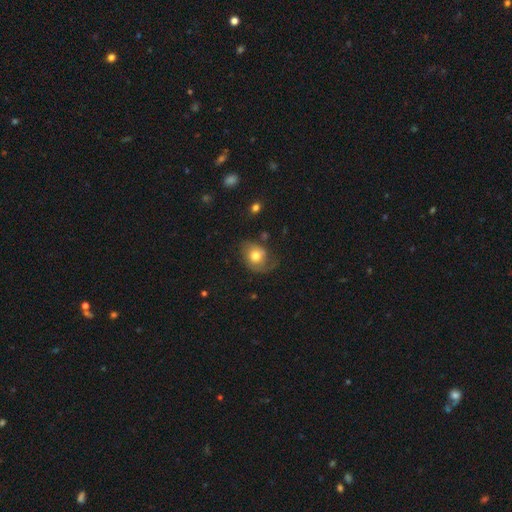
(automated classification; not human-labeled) Smooth or featured: smooth — 59% (featured or disk — 32%)
How rounded: round — 50% (in between — 49%)
Merging: none — 49% (minor disturbance — 28%)